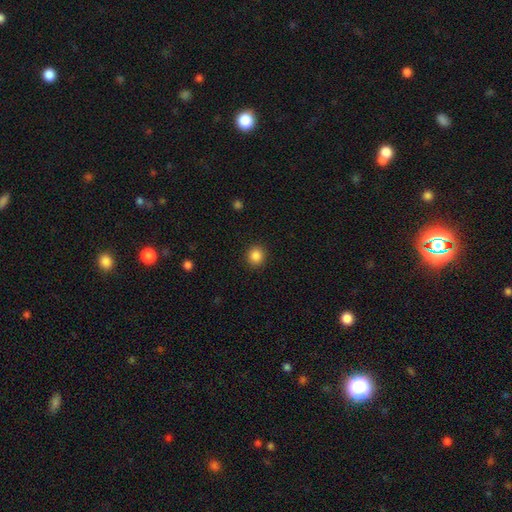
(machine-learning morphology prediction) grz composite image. It shows a smooth galaxy with no disk features (86%) that is round (90%). Merging: none (91%).